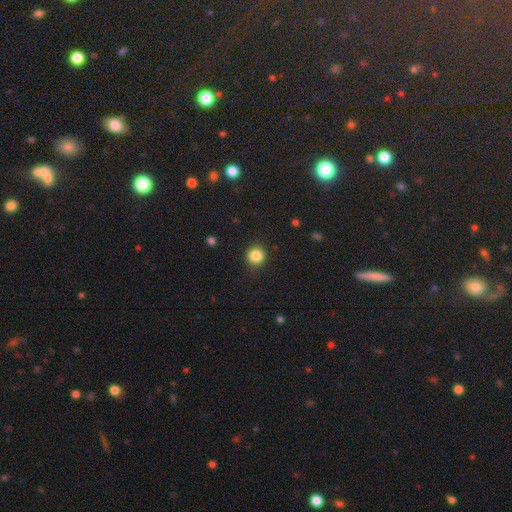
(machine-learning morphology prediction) Smooth or featured?
  - smooth: 85% *
  - star or artifact: 11%
  - featured or disk: 4%
How rounded?
  - round: 93% *
  - in between: 7%
  - cigar-shaped: 1%
Merging?
  - none: 90% *
  - minor disturbance: 7%
  - major disturbance: 2%
  - merger: 1%